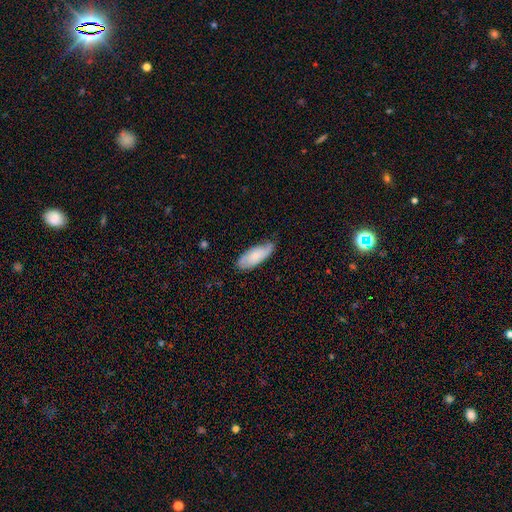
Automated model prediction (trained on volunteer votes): smooth-or-featured: smooth: 64% | featured or disk: 30% | star or artifact: 6%
  how-rounded: in between: 77% | cigar-shaped: 21% | round: 2%
  merging: none: 69% | minor disturbance: 25% | major disturbance: 4% | merger: 1%